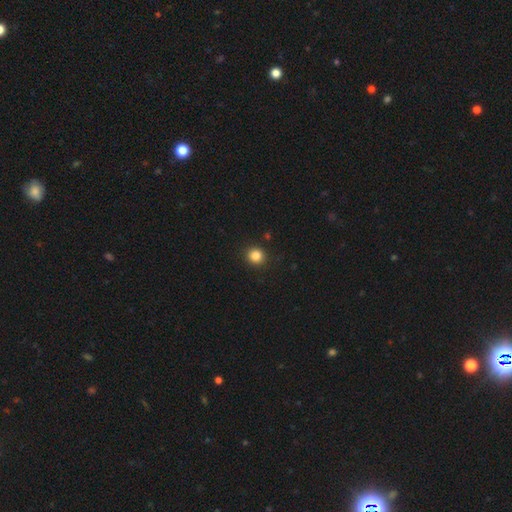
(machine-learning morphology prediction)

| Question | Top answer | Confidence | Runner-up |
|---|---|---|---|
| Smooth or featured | smooth | 85% | star or artifact (11%) |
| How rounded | round | 89% | in between (10%) |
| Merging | none | 91% | minor disturbance (6%) |